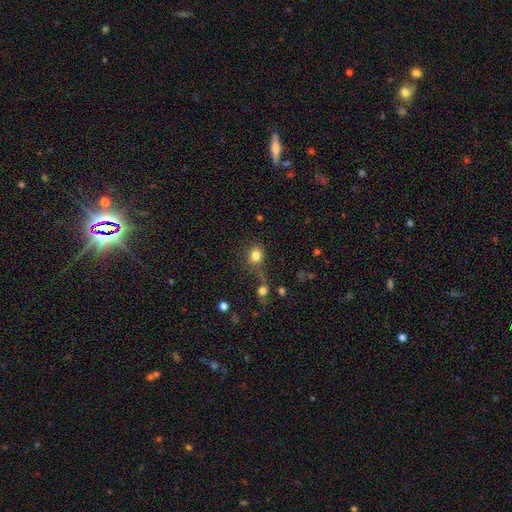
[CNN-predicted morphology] Smooth or featured? smooth (81%)
How rounded? round (76%)
Merging? none (51%)